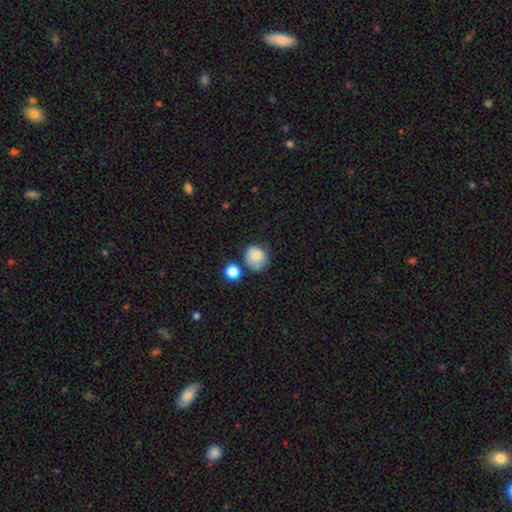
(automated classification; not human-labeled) Q: Smooth or featured?
A: smooth (78%); runner-up: featured or disk (13%)
Q: How rounded?
A: round (76%); runner-up: in between (23%)
Q: Merging?
A: none (55%); runner-up: minor disturbance (26%)